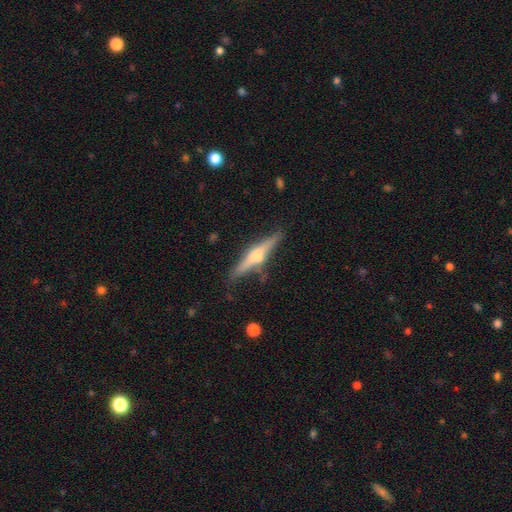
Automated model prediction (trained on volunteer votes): Smooth or featured? Predicted: featured or disk (p=0.67). Edge-on disk? Predicted: yes (p=0.97). Edge-on bulge? Predicted: rounded (p=0.85). Merging? Predicted: none (p=0.81).